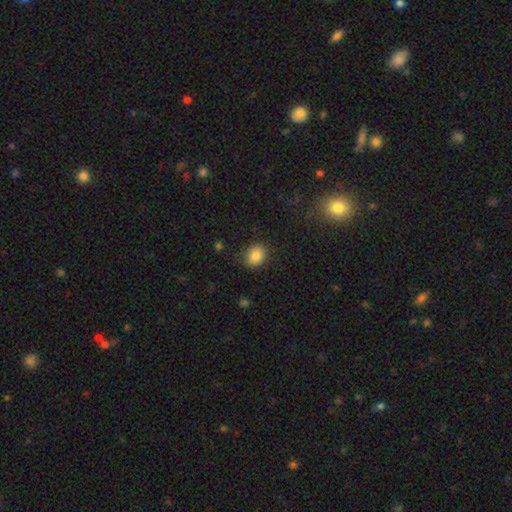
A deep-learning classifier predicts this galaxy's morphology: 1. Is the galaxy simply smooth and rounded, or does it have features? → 84% smooth, 10% star or artifact, 6% featured or disk.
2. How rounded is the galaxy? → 62% round, 37% in between, 1% cigar-shaped.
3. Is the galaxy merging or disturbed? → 81% none, 14% minor disturbance, 4% major disturbance, 1% merger.